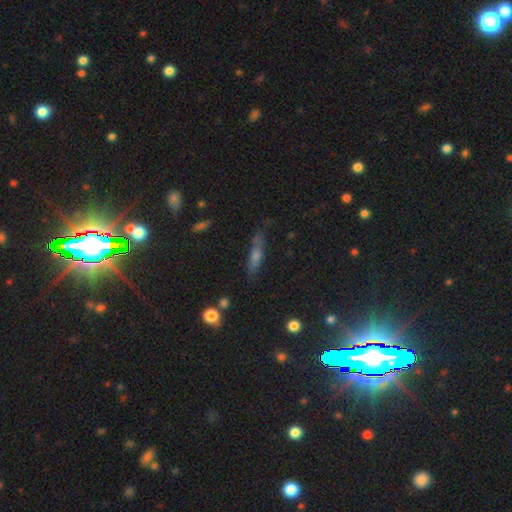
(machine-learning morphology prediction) smooth_or_featured: smooth (p=0.50) [alt: featured or disk p=0.34]
how_rounded: cigar-shaped (p=0.72) [alt: in between p=0.24]
merging: none (p=0.75) [alt: minor disturbance p=0.17]